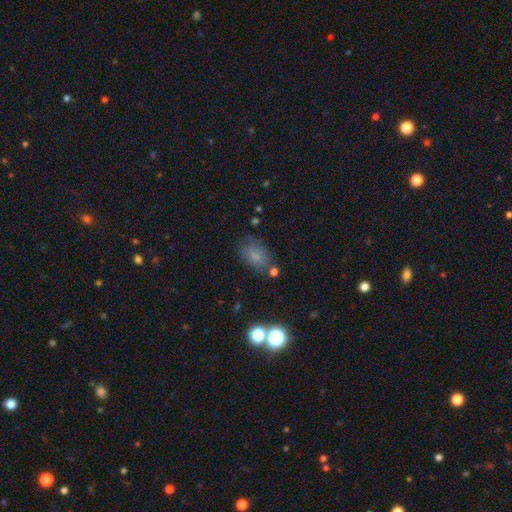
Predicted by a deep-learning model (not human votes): Smooth or featured? smooth (73%)
How rounded? in between (84%)
Merging? none (65%)